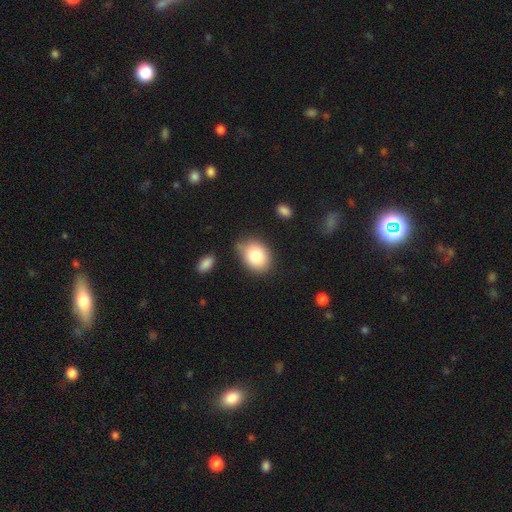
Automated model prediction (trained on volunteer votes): smooth-or-featured: smooth: 82% | featured or disk: 10% | star or artifact: 8%
  how-rounded: in between: 69% | round: 30% | cigar-shaped: 1%
  merging: none: 72% | minor disturbance: 19% | merger: 5% | major disturbance: 4%